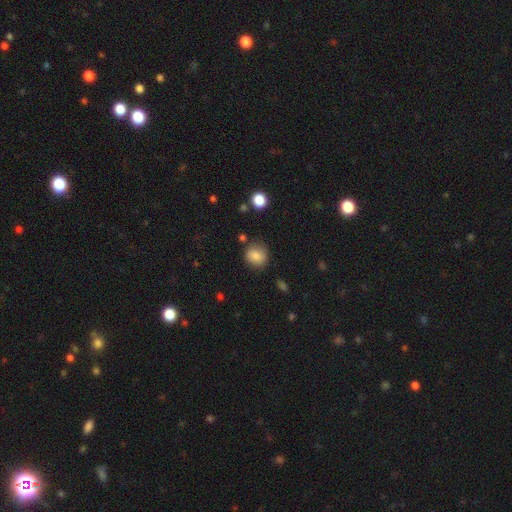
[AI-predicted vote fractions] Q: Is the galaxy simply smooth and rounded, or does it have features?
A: smooth — 82%.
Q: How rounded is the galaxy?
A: round — 80%.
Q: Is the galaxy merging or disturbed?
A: none — 79%.